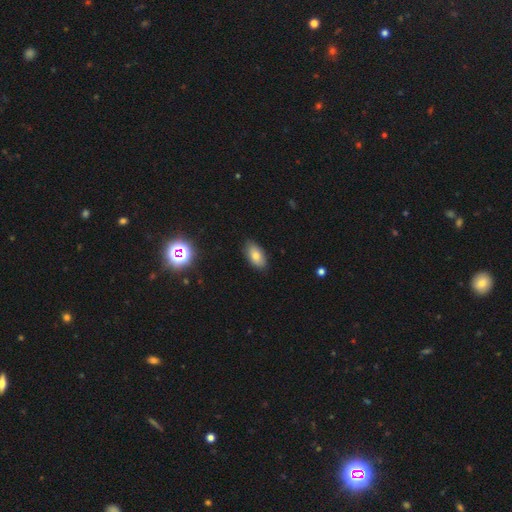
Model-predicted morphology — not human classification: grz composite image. It shows a smooth galaxy with no disk features (76%) that is in between round and cigar-shaped (93%). Merging: none (85%).